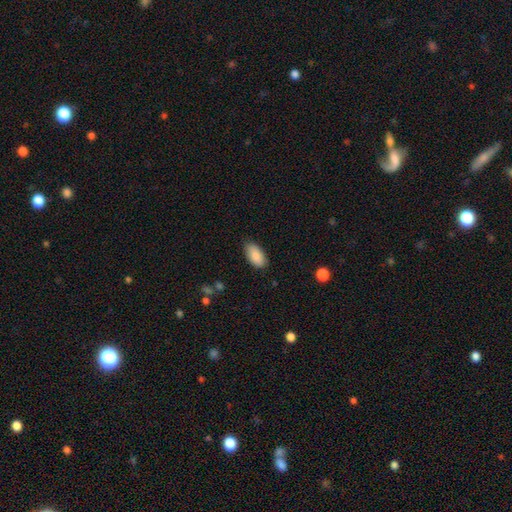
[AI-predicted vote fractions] Q: Smooth or featured?
A: smooth (89%); runner-up: star or artifact (7%)
Q: How rounded?
A: in between (93%); runner-up: cigar-shaped (4%)
Q: Merging?
A: none (84%); runner-up: minor disturbance (13%)